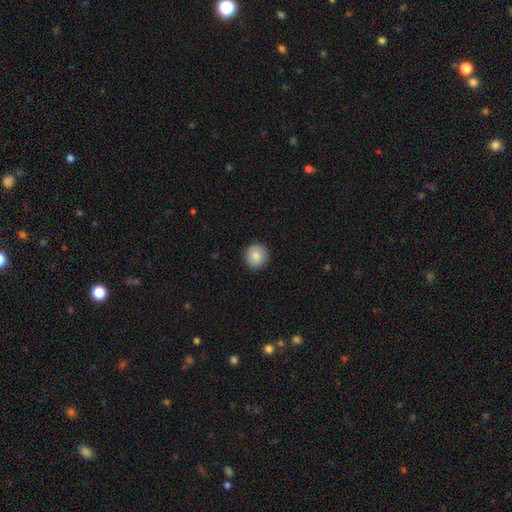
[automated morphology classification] Q: Smooth or featured?
A: smooth (85%); runner-up: star or artifact (8%)
Q: How rounded?
A: round (92%); runner-up: in between (7%)
Q: Merging?
A: none (90%); runner-up: minor disturbance (7%)